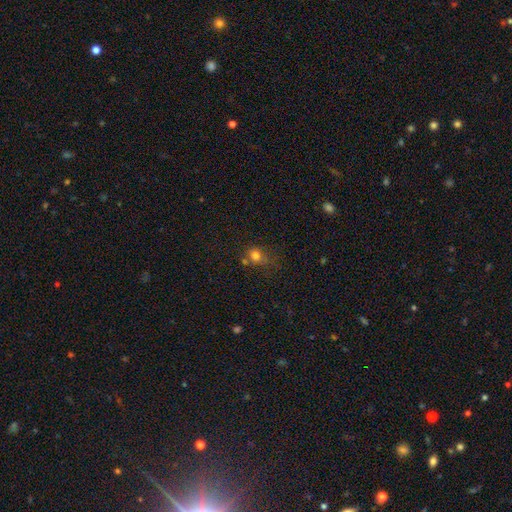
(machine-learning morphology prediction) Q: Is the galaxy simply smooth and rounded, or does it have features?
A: smooth — 77%.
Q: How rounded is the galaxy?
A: round — 65%.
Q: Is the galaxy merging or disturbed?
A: none — 52%.